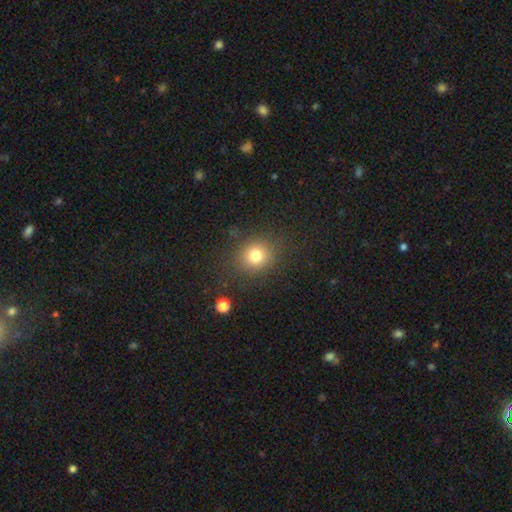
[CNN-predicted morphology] smooth_or_featured: smooth (p=0.78) [alt: star or artifact p=0.14]
how_rounded: round (p=0.75) [alt: in between p=0.24]
merging: none (p=0.83) [alt: minor disturbance p=0.11]